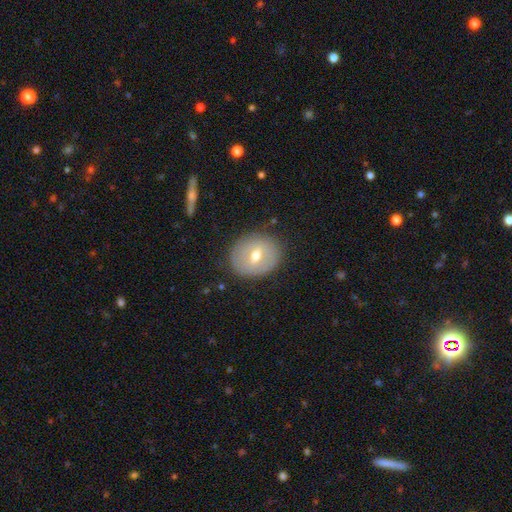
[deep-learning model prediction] smooth-or-featured: smooth: 47% | featured or disk: 44% | star or artifact: 8%
  merging: none: 83% | minor disturbance: 12% | major disturbance: 4% | merger: 1%